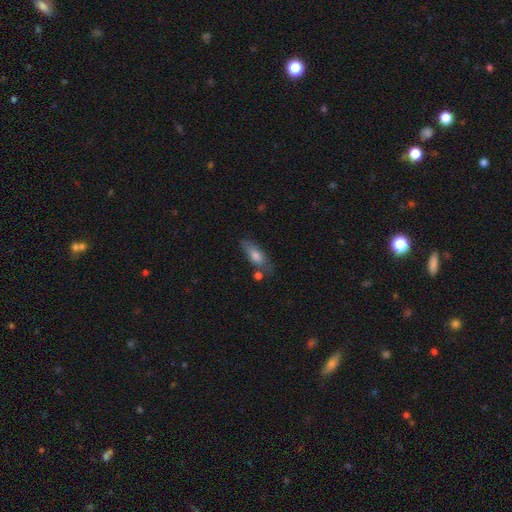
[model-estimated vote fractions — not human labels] Smooth or featured? Predicted: smooth (p=0.69). How rounded? Predicted: in between (p=0.66). Merging? Predicted: none (p=0.60).